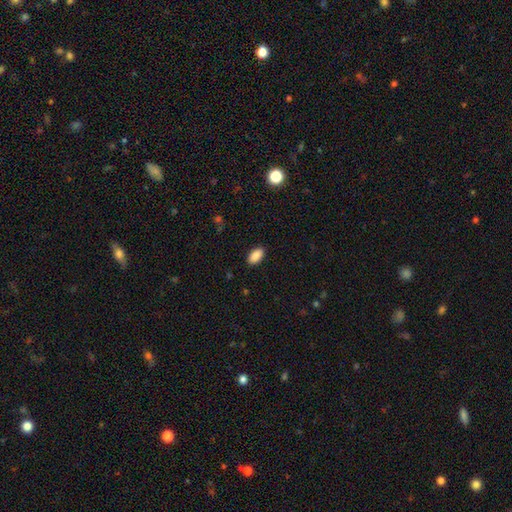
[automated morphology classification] Smooth or featured? Predicted: smooth (p=0.89). How rounded? Predicted: in between (p=0.93). Merging? Predicted: none (p=0.89).